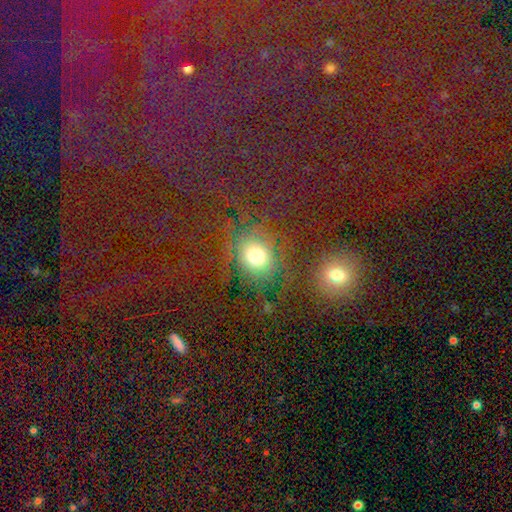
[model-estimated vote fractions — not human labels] Morphology: type=smooth (43%); merging=none (69%).